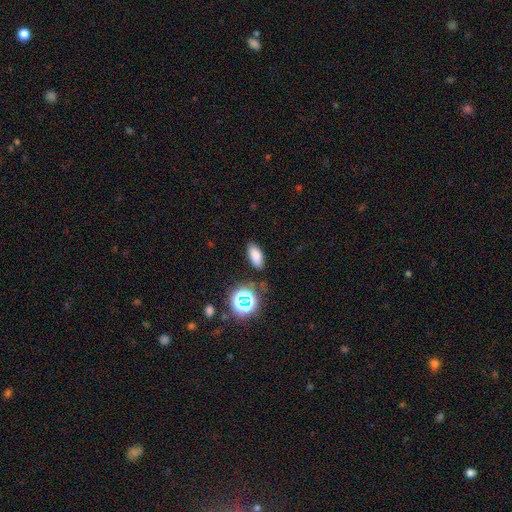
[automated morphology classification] Smooth or featured? Predicted: smooth (p=0.77). How rounded? Predicted: in between (p=0.85). Merging? Predicted: none (p=0.82).